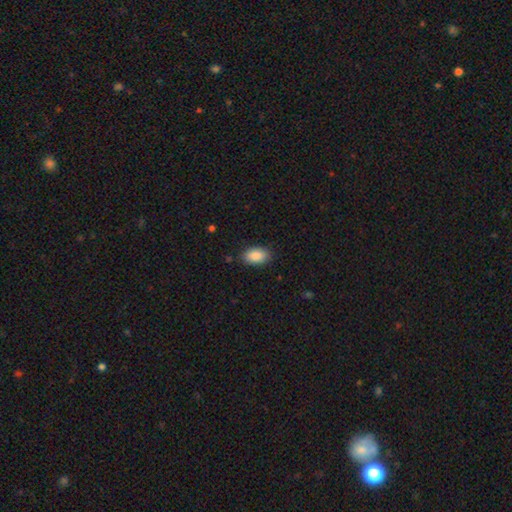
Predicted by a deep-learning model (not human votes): smooth 90%, star or artifact 7%, featured or disk 4%. Down the decision tree: how rounded — in between (93%); merging — none (86%).